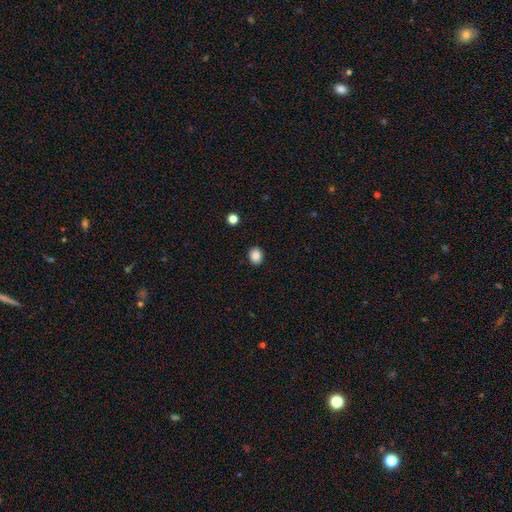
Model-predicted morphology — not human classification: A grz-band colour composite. It shows a smooth galaxy with no disk features (88%) that is round (58%). Merging: none (91%).